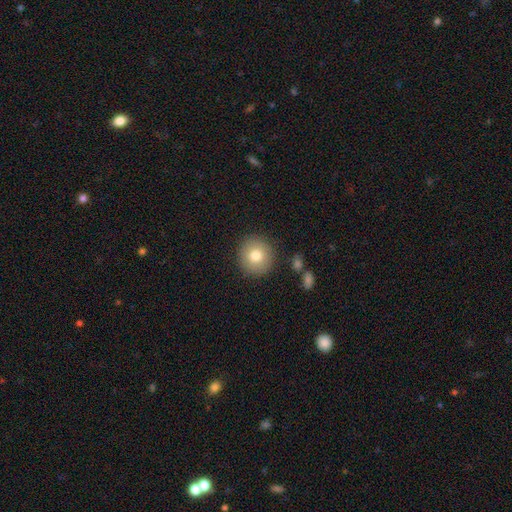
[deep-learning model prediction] This appears to be a smooth galaxy with no disk features (79%) that is round (93%). Merging: none (88%).